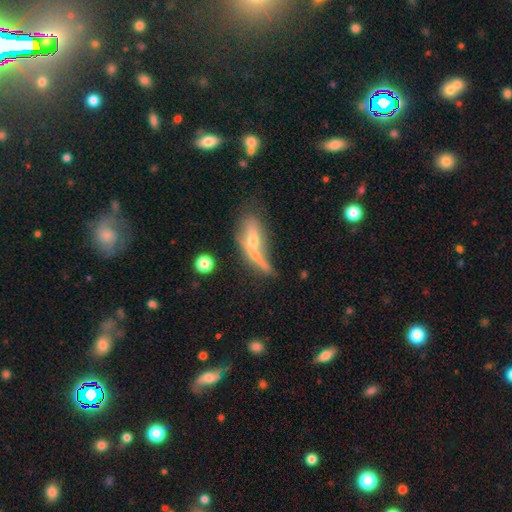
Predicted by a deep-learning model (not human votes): featured or disk 48%, smooth 42%, star or artifact 11%. Down the decision tree: merging — none (34%).